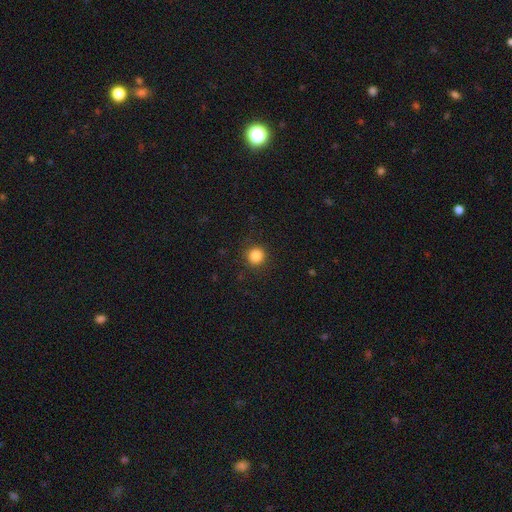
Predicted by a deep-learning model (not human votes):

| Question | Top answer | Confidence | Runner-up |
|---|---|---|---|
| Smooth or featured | smooth | 85% | star or artifact (11%) |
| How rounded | round | 94% | in between (5%) |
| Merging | none | 90% | minor disturbance (7%) |